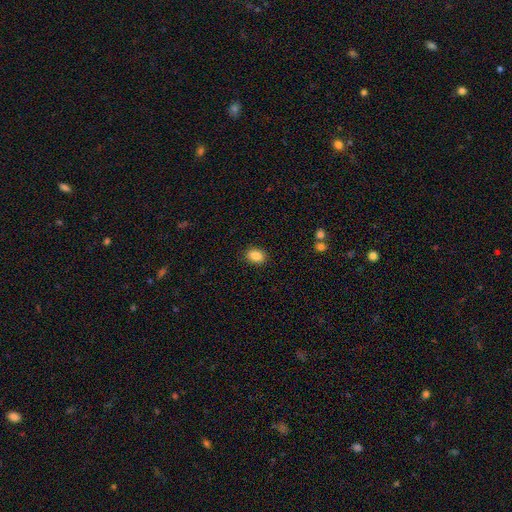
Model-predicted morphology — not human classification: A smooth galaxy with no disk features (88%) that is in between round and cigar-shaped (70%).

Vote fractions:
- Smooth or featured? smooth: 88% / star or artifact: 8% / featured or disk: 4%
- How rounded? in between: 70% / round: 29% / cigar-shaped: 1%
- Merging? none: 89% / minor disturbance: 8% / major disturbance: 2% / merger: 1%